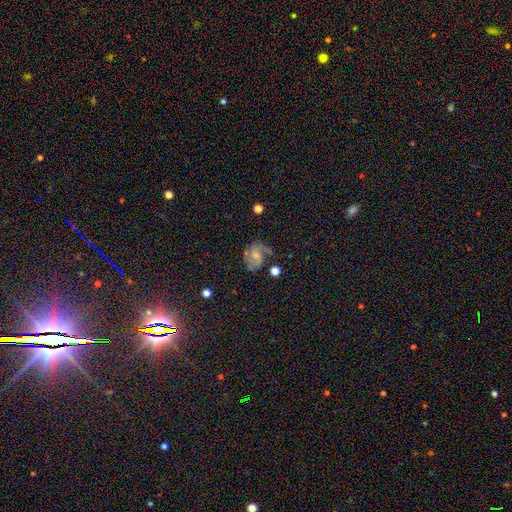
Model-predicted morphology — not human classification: A featured or disk galaxy (50%). Merging: none (40%).